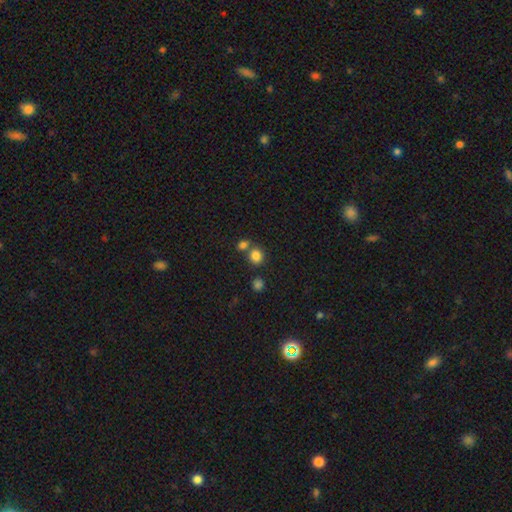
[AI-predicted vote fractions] Overall: smooth (82%). How rounded: round (78%). Merging: none (60%; merger 28%).